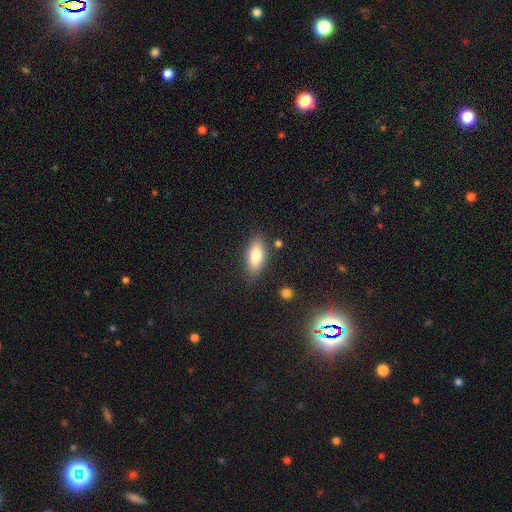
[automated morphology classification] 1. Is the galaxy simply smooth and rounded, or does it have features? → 76% smooth, 16% featured or disk, 7% star or artifact.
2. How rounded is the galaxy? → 82% in between, 15% cigar-shaped, 3% round.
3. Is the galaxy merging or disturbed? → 82% none, 13% minor disturbance, 3% major disturbance, 3% merger.